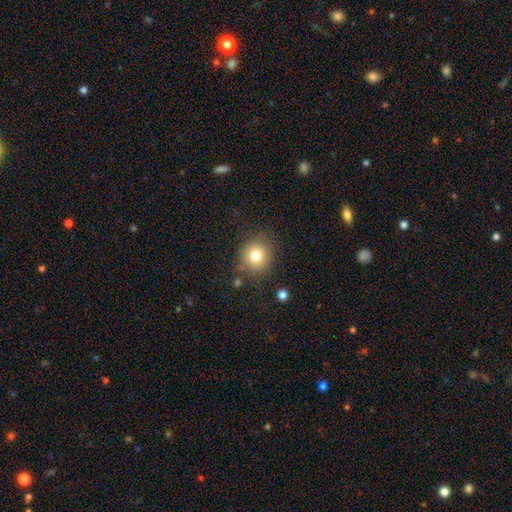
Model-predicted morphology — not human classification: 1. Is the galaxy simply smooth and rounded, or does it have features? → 78% smooth, 12% star or artifact, 10% featured or disk.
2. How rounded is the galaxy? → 88% round, 11% in between, 1% cigar-shaped.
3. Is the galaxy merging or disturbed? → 80% none, 12% minor disturbance, 5% major disturbance, 3% merger.